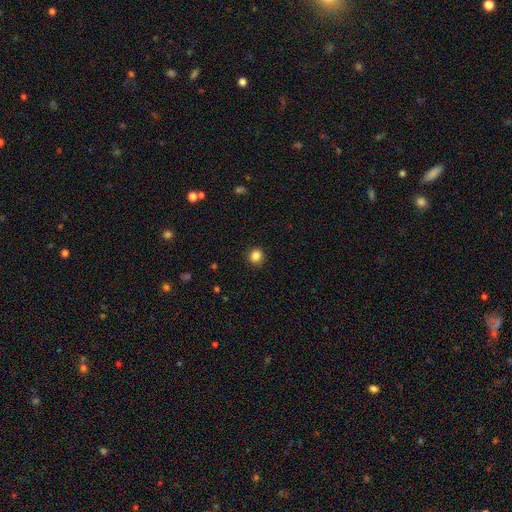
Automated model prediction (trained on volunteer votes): A smooth galaxy with no disk features (86%) that is round (83%). Merging: none (90%).